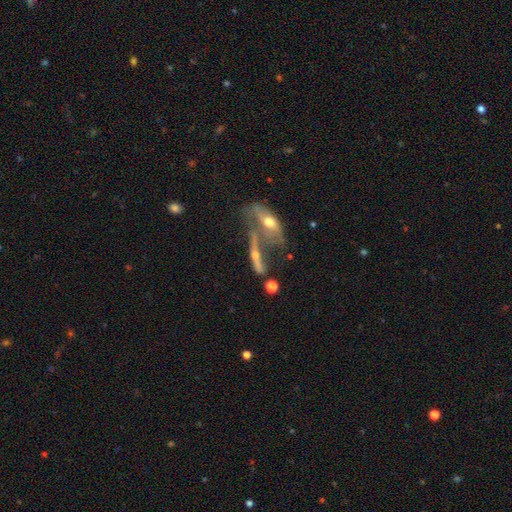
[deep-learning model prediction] Morphology: type=featured or disk (61%); edge-on=yes (60%); merging=merger (56%).